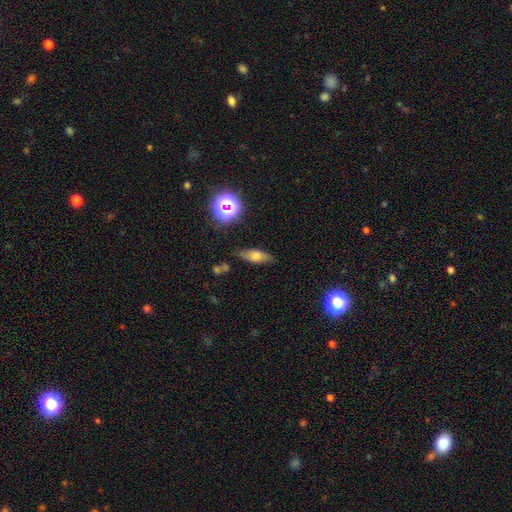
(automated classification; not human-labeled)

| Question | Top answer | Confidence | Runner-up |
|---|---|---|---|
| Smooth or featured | smooth | 63% | featured or disk (23%) |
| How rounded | in between | 64% | cigar-shaped (28%) |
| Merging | none | 78% | minor disturbance (15%) |